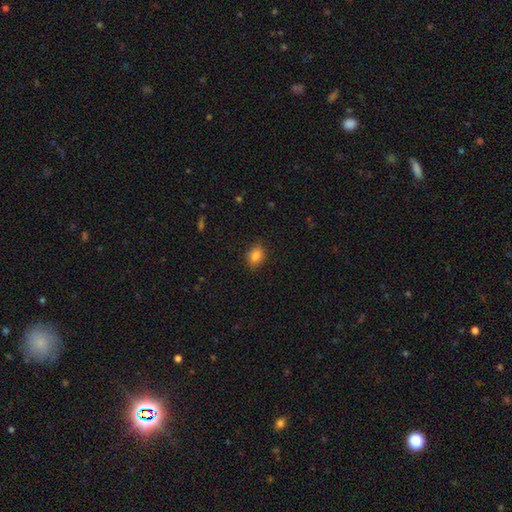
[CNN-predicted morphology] Q: Smooth or featured?
A: smooth (84%); runner-up: star or artifact (10%)
Q: How rounded?
A: in between (62%); runner-up: round (37%)
Q: Merging?
A: none (84%); runner-up: minor disturbance (12%)